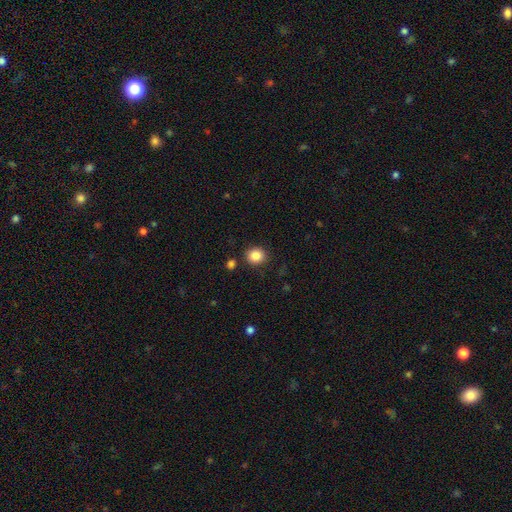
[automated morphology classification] A smooth galaxy with no disk features (85%) that is round (83%). Merging: none (88%).